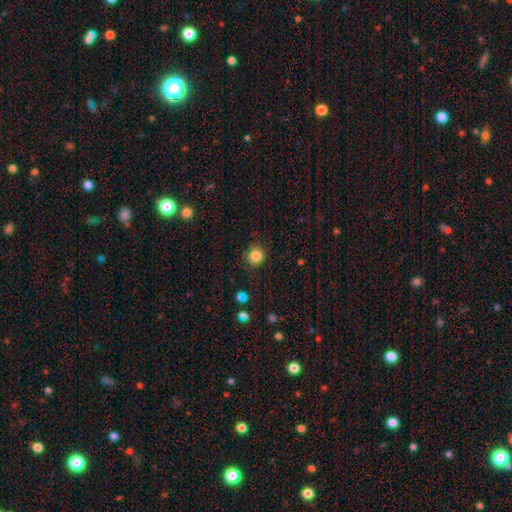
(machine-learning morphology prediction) This appears to be a smooth galaxy with no disk features (84%) that is round (89%). Merging: none (84%).